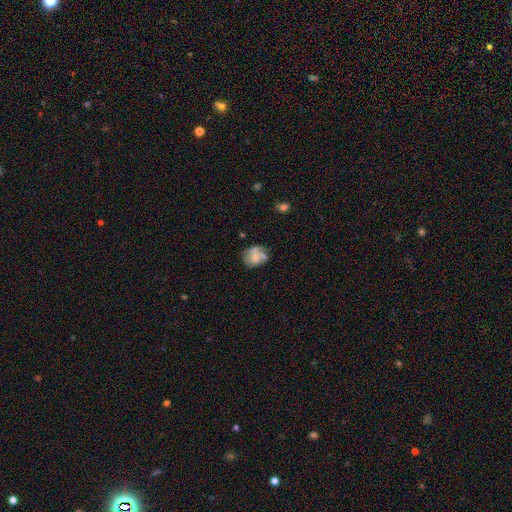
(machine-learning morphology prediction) Q: Smooth or featured?
A: smooth (48%); runner-up: featured or disk (40%)
Q: Merging?
A: none (46%); runner-up: minor disturbance (24%)